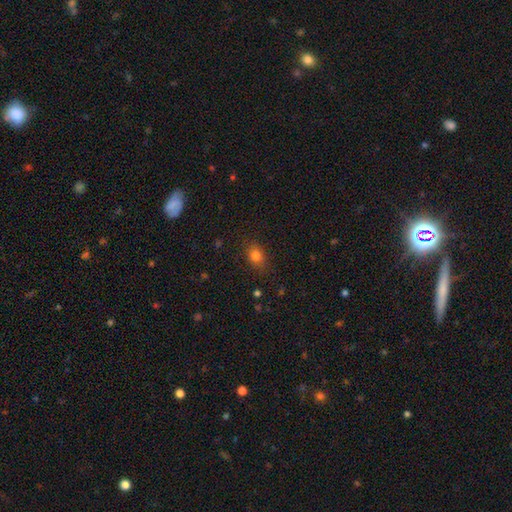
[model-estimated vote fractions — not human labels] This appears to be a smooth galaxy with no disk features (79%) that is in between round and cigar-shaped (59%). Merging: none (83%).